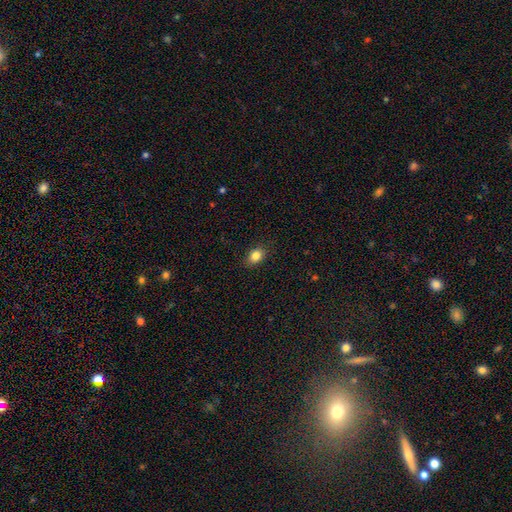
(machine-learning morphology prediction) The model was most divided on "how rounded": in between: 69%, round: 30%, cigar-shaped: 1%. More confident: merging — none (87%); smooth or featured — smooth (84%).